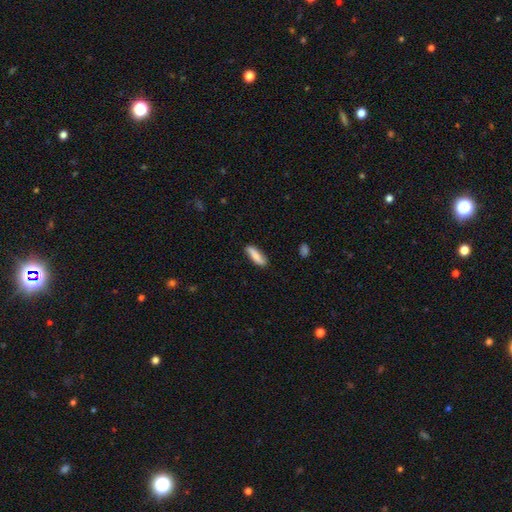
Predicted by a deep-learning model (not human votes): smooth_or_featured: smooth (p=0.72) [alt: featured or disk p=0.22]
how_rounded: cigar-shaped (p=0.53) [alt: in between p=0.45]
merging: none (p=0.83) [alt: minor disturbance p=0.13]